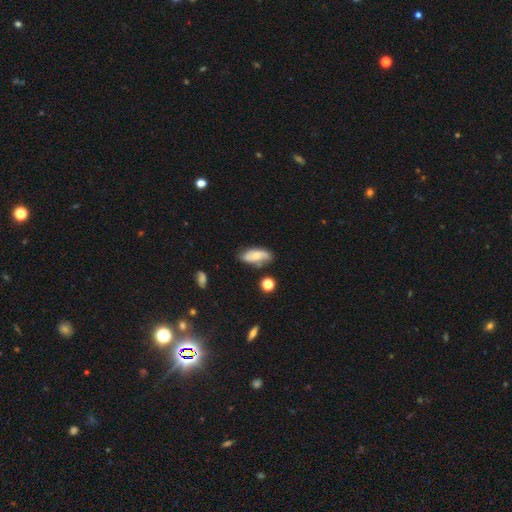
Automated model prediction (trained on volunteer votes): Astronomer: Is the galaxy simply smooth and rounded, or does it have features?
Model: smooth — 49% (runner-up: featured or disk, 44%).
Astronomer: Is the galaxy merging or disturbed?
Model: none — 68%.